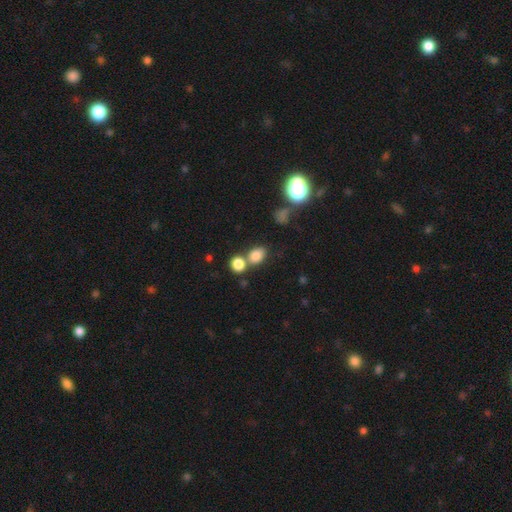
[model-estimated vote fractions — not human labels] Q: Smooth or featured?
A: smooth (80%); runner-up: star or artifact (13%)
Q: How rounded?
A: in between (62%); runner-up: round (36%)
Q: Merging?
A: none (54%); runner-up: merger (32%)